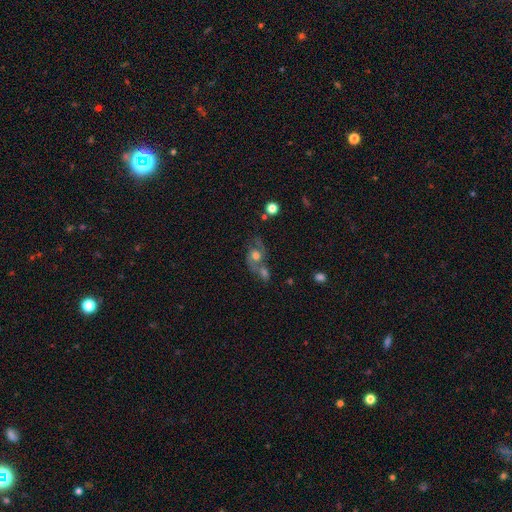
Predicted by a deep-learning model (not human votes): A featured or disk galaxy (61%) with no bar (73%), spiral arms (80%) and a moderate central bulge (60%). Merging: none (39%).